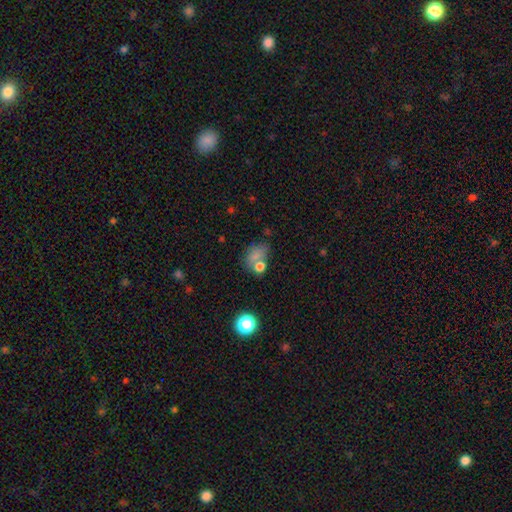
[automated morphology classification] Smooth or featured: smooth — 70% (star or artifact — 18%)
How rounded: in between — 63% (round — 35%)
Merging: none — 47% (merger — 24%)